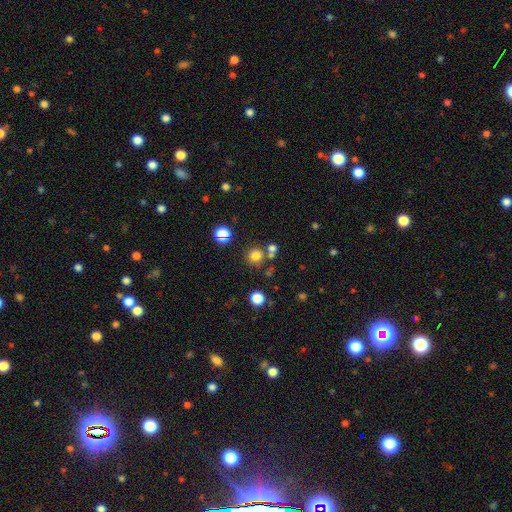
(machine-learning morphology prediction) A smooth galaxy with no disk features (59%) that is round (84%).

Vote fractions:
- Smooth or featured? smooth: 59% / star or artifact: 28% / featured or disk: 13%
- How rounded? round: 84% / in between: 15% / cigar-shaped: 1%
- Merging? none: 60% / merger: 24% / minor disturbance: 10% / major disturbance: 6%